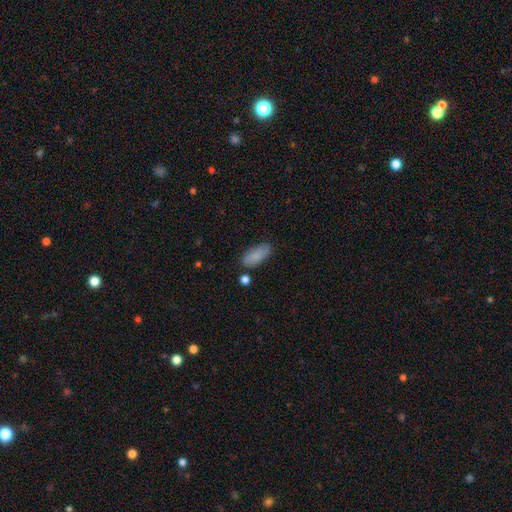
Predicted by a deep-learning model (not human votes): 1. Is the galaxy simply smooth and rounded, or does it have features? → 84% smooth, 9% featured or disk, 7% star or artifact.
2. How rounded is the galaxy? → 85% in between, 13% cigar-shaped, 2% round.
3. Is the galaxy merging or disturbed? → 76% none, 16% minor disturbance, 4% merger, 3% major disturbance.